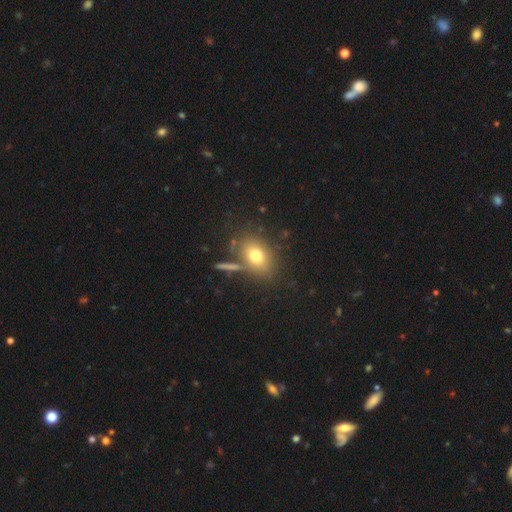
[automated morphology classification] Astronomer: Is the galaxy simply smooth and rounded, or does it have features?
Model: smooth — 73%.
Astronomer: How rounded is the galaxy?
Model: in between — 66%.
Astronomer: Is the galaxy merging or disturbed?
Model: none — 69%.